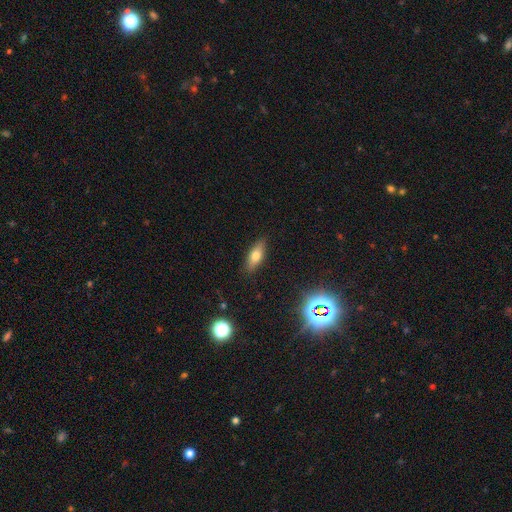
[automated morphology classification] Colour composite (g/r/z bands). It shows a smooth galaxy with no disk features (66%) that is in between round and cigar-shaped (68%). Merging: none (87%).